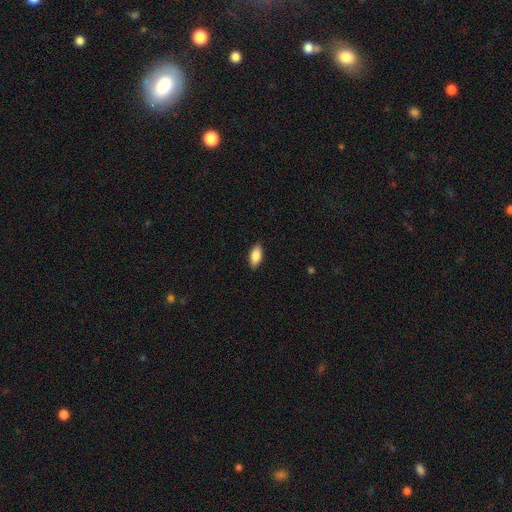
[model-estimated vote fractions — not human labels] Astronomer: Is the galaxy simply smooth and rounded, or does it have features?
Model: smooth — 86%.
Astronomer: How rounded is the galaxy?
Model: in between — 89%.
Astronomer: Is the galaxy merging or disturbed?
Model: none — 88%.